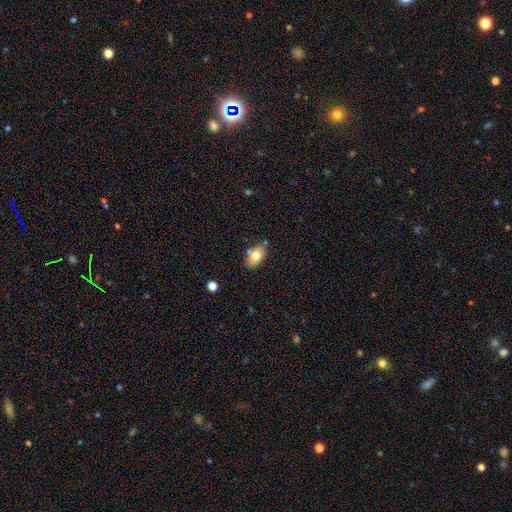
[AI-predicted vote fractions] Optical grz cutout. It shows a smooth galaxy with no disk features (74%) that is in between round and cigar-shaped (84%). Merging: none (70%).